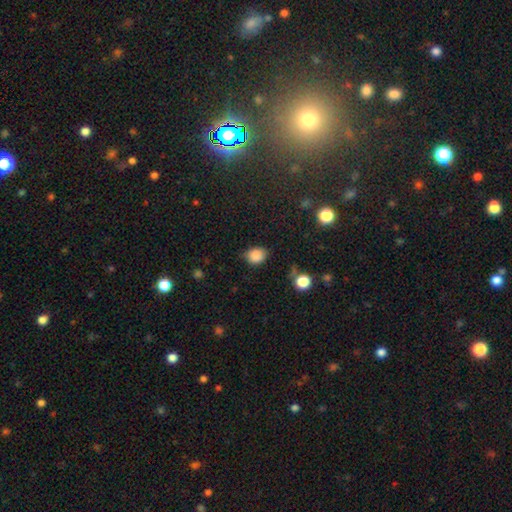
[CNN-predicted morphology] Smooth or featured? Predicted: smooth (p=0.85). How rounded? Predicted: round (p=0.52). Merging? Predicted: none (p=0.71).